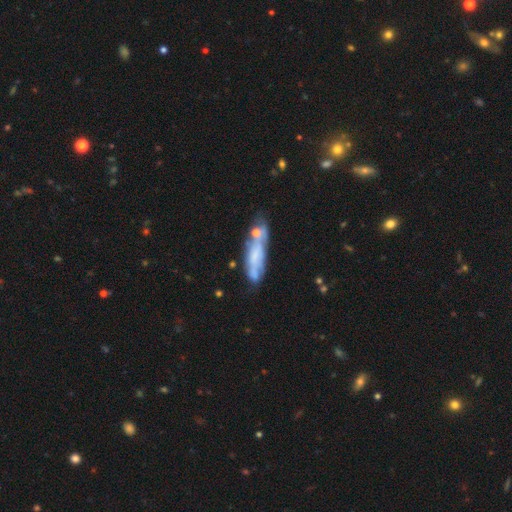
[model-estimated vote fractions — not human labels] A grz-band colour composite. It shows a featured or disk galaxy (46%). Merging: none (52%).